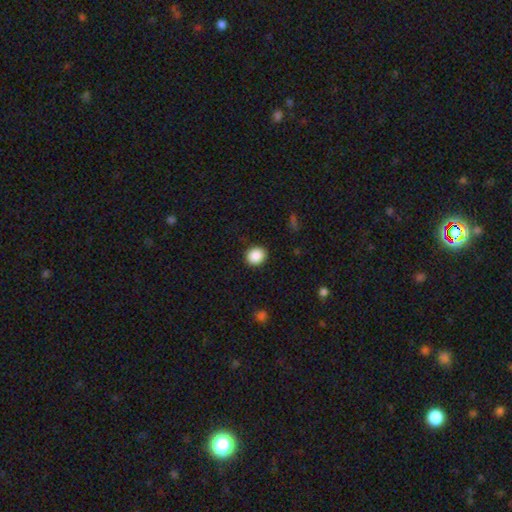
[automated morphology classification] Smooth or featured? Predicted: smooth (p=0.89). How rounded? Predicted: round (p=0.76). Merging? Predicted: none (p=0.90).